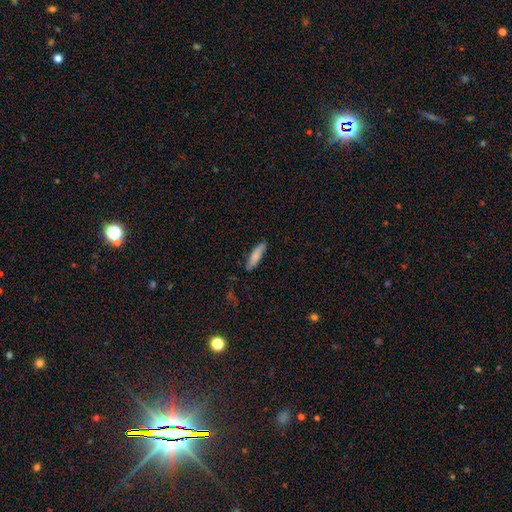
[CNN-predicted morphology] A smooth galaxy with no disk features (83%) that is cigar-shaped (66%).

Vote fractions:
- Smooth or featured? smooth: 83% / featured or disk: 11% / star or artifact: 6%
- How rounded? cigar-shaped: 66% / in between: 32% / round: 1%
- Merging? none: 82% / minor disturbance: 14% / major disturbance: 2% / merger: 2%